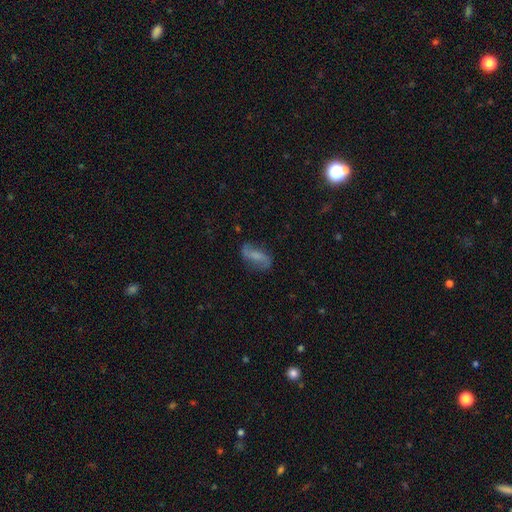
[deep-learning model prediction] Smooth or featured?
  - featured or disk: 61% *
  - smooth: 30%
  - star or artifact: 9%
Edge-on disk?
  - no: 94% *
  - yes: 6%
Bar?
  - weak: 40% *
  - no: 37%
  - strong: 23%
Spiral arms?
  - yes: 89% *
  - no: 11%
Spiral winding?
  - loose: 67% *
  - medium: 25%
  - tight: 8%
Spiral arm count?
  - 2: 89% *
  - can't tell: 5%
  - 1: 3%
  - 3: 1%
  - 4: 1%
  - more than 4: 1%
Bulge size?
  - none: 40% *
  - small: 27%
  - moderate: 23%
  - large: 8%
  - dominant: 2%
Merging?
  - none: 70% *
  - minor disturbance: 19%
  - major disturbance: 9%
  - merger: 2%